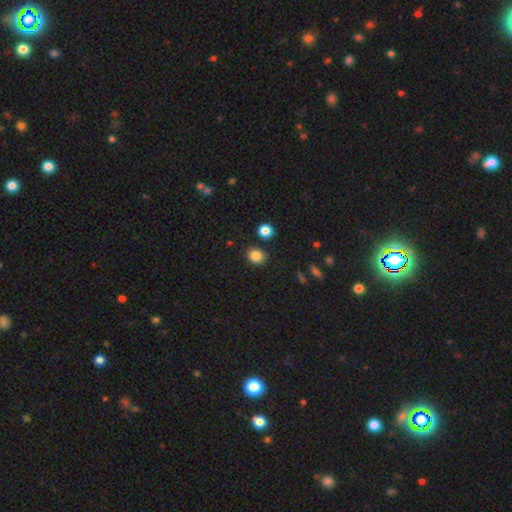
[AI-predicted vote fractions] Smooth or featured?
  - smooth: 84% *
  - star or artifact: 11%
  - featured or disk: 4%
How rounded?
  - round: 78% *
  - in between: 21%
  - cigar-shaped: 1%
Merging?
  - none: 85% *
  - minor disturbance: 8%
  - merger: 5%
  - major disturbance: 2%